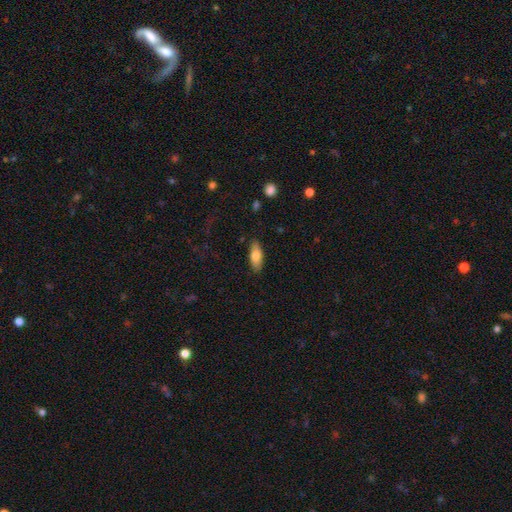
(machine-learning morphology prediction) type=smooth (78%); roundness=in between (77%); merging=none (85%).